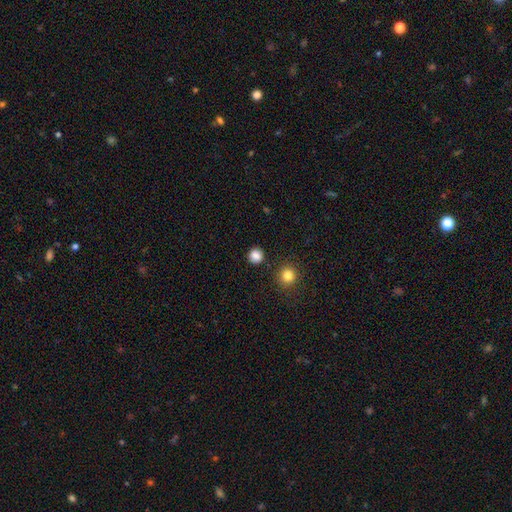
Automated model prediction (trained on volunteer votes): This appears to be a smooth galaxy with no disk features (85%) that is round (90%). Merging: none (90%).